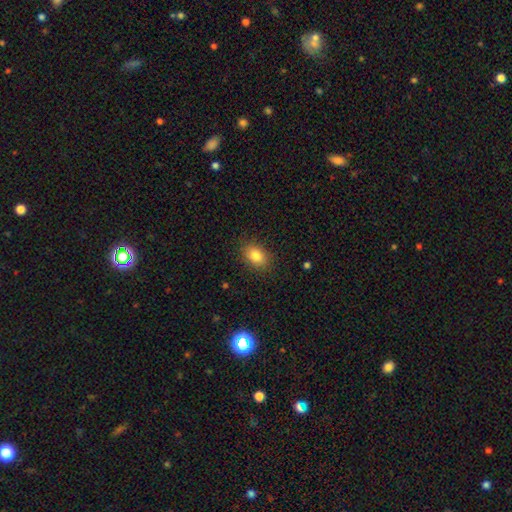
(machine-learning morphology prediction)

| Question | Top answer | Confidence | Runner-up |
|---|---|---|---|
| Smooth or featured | smooth | 83% | star or artifact (9%) |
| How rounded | in between | 79% | round (19%) |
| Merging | none | 86% | minor disturbance (10%) |